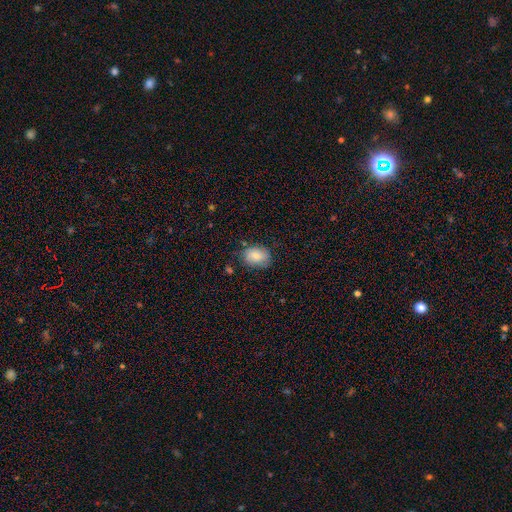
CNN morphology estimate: Smooth or featured?
  - smooth: 82% *
  - featured or disk: 11%
  - star or artifact: 8%
How rounded?
  - in between: 68% *
  - round: 31%
  - cigar-shaped: 1%
Merging?
  - none: 76% *
  - minor disturbance: 18%
  - major disturbance: 4%
  - merger: 2%